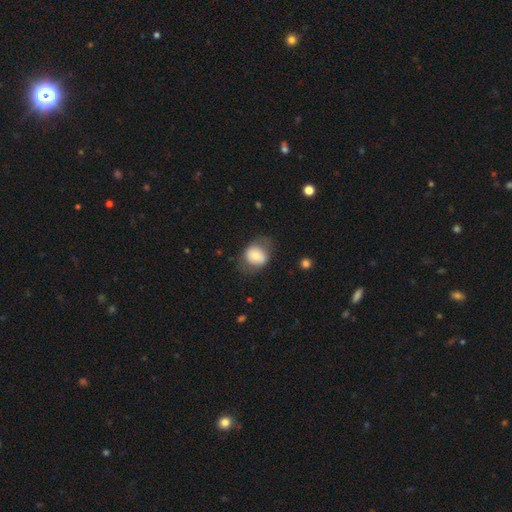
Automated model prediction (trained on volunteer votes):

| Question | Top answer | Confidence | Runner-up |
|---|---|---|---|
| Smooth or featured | smooth | 69% | featured or disk (24%) |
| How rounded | round | 63% | in between (36%) |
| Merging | none | 60% | minor disturbance (24%) |